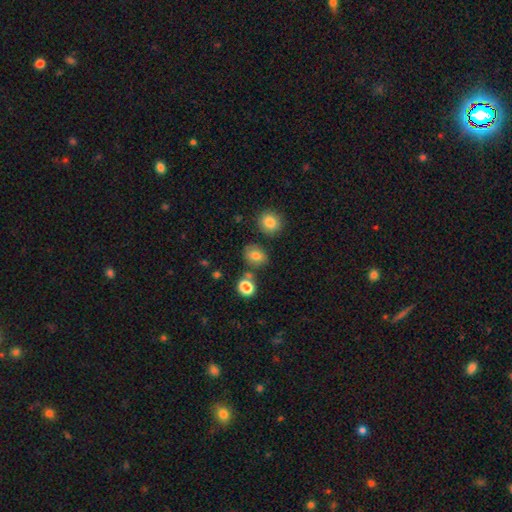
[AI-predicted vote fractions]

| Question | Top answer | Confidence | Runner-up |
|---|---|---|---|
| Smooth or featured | smooth | 76% | star or artifact (14%) |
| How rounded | in between | 51% | round (48%) |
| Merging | none | 72% | minor disturbance (14%) |